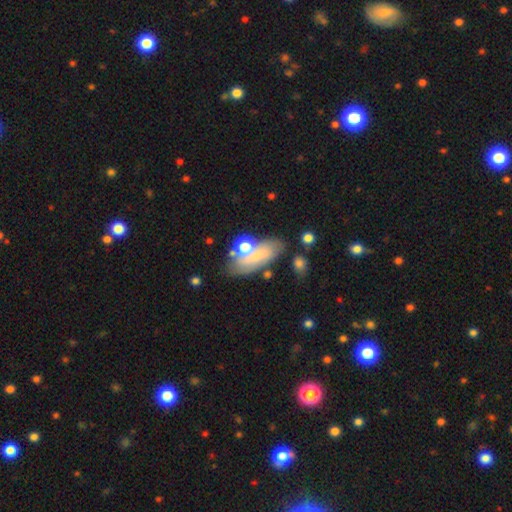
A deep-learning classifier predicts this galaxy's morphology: Smooth or featured? smooth (57%)
How rounded? in between (79%)
Merging? none (51%)